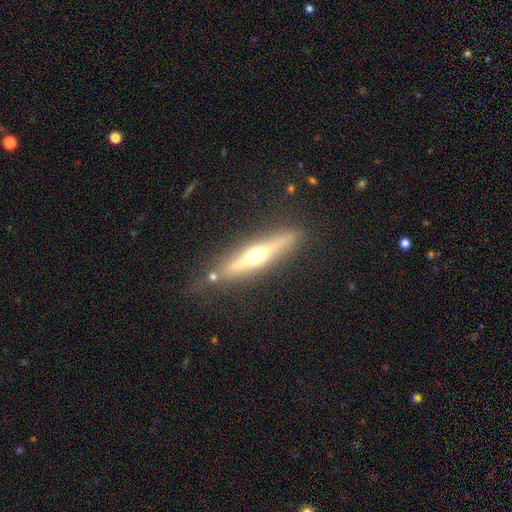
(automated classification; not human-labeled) Smooth or featured?
  - featured or disk: 69% *
  - smooth: 25%
  - star or artifact: 6%
Edge-on disk?
  - yes: 95% *
  - no: 5%
Edge-on bulge?
  - rounded: 94% *
  - none: 3%
  - boxy: 3%
Merging?
  - none: 81% *
  - minor disturbance: 12%
  - merger: 4%
  - major disturbance: 4%